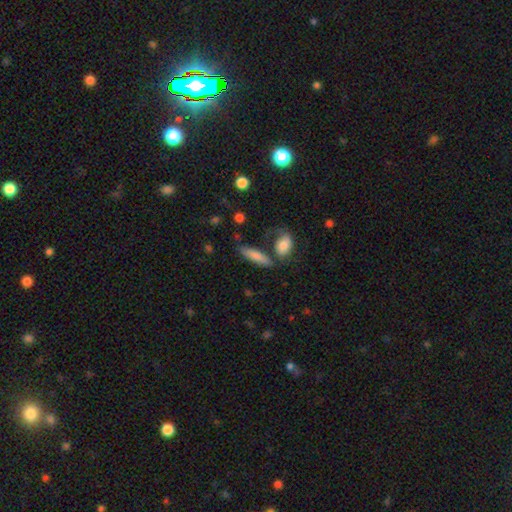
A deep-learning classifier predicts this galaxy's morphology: smooth 77%, featured or disk 17%, star or artifact 7%. Down the decision tree: how rounded — cigar-shaped (54%); merging — none (61%).